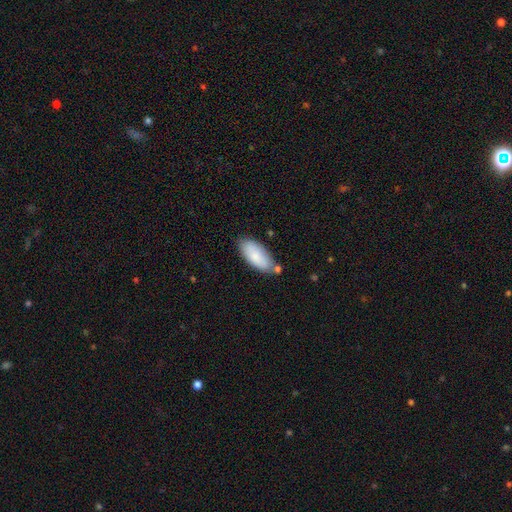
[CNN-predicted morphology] smooth_or_featured: smooth (p=0.83) [alt: featured or disk p=0.10]
how_rounded: in between (p=0.88) [alt: cigar-shaped p=0.10]
merging: none (p=0.70) [alt: minor disturbance p=0.18]